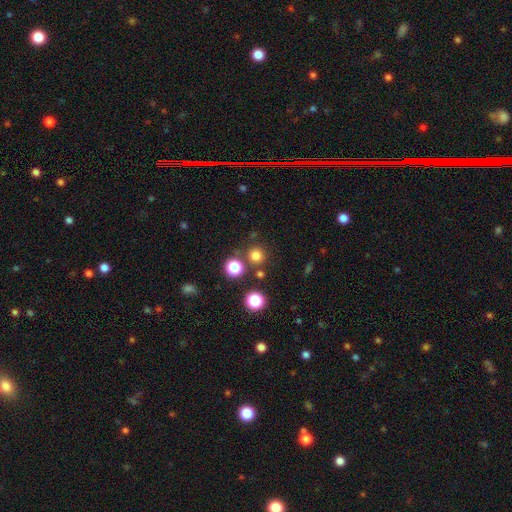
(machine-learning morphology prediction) smooth_or_featured: smooth (p=0.77) [alt: star or artifact p=0.18]
how_rounded: round (p=0.95) [alt: in between p=0.04]
merging: none (p=0.82) [alt: merger p=0.08]